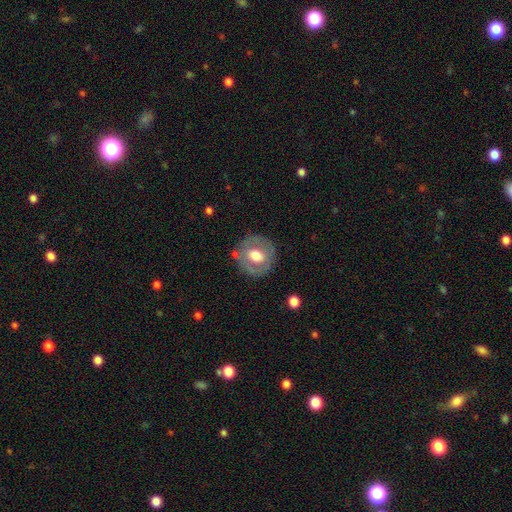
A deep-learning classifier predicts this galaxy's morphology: type=smooth (48%); merging=none (76%).